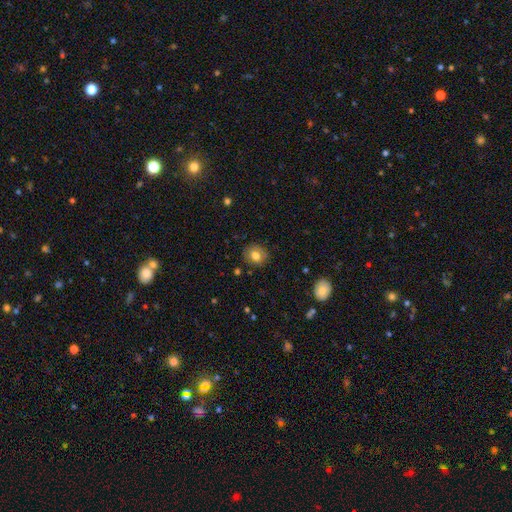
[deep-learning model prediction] This is likely a smooth galaxy (75%). How rounded: likely round (73%). Merging: clearly none (86%).